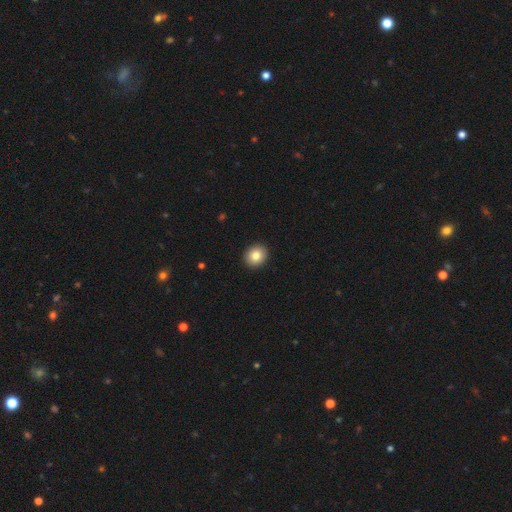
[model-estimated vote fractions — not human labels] smooth-or-featured: smooth: 83% | star or artifact: 9% | featured or disk: 8%
  how-rounded: round: 75% | in between: 24% | cigar-shaped: 1%
  merging: none: 93% | minor disturbance: 5% | major disturbance: 1% | merger: 1%